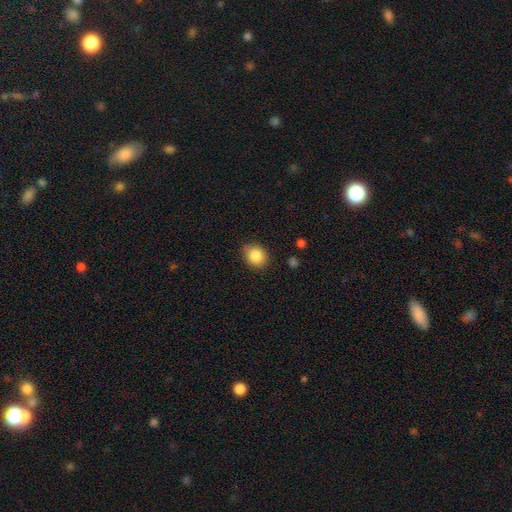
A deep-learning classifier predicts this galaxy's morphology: type=smooth (86%); roundness=round (62%); merging=none (82%).